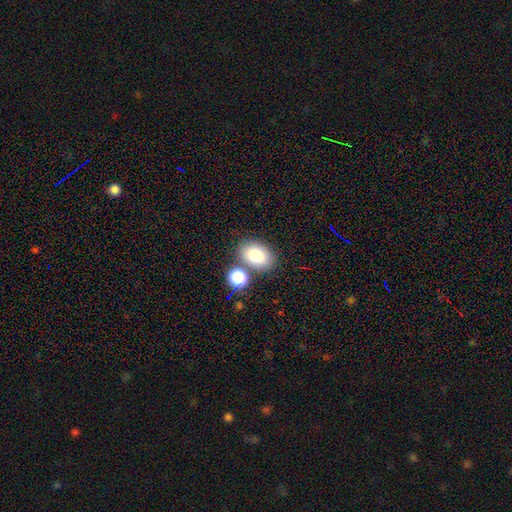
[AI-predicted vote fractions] smooth_or_featured: smooth (p=0.84) [alt: star or artifact p=0.09]
how_rounded: in between (p=0.84) [alt: round p=0.15]
merging: none (p=0.70) [alt: merger p=0.15]